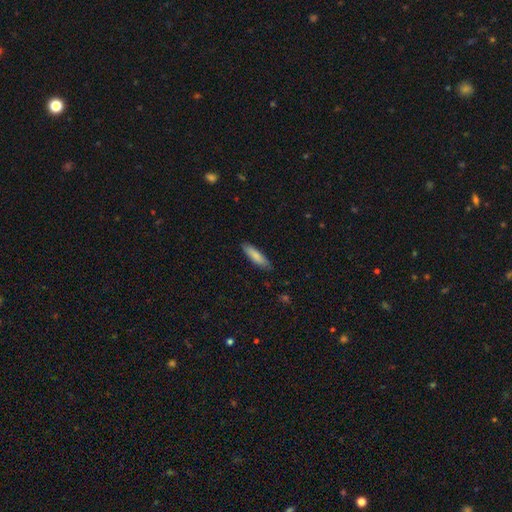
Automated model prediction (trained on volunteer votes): Smooth or featured? smooth (82%)
How rounded? cigar-shaped (65%)
Merging? none (84%)